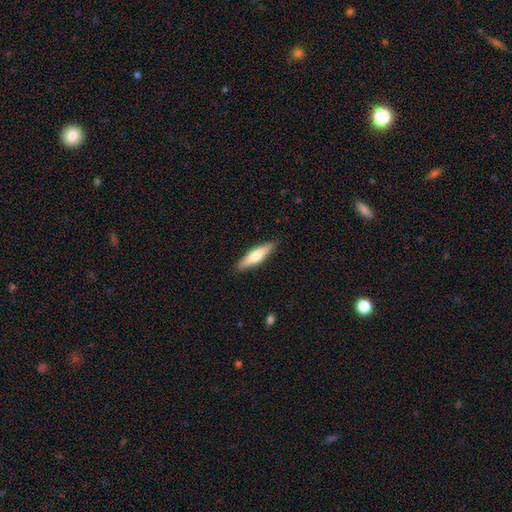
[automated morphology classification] This is possibly a smooth galaxy (59%). How rounded: likely cigar-shaped (73%). Merging: clearly none (90%).